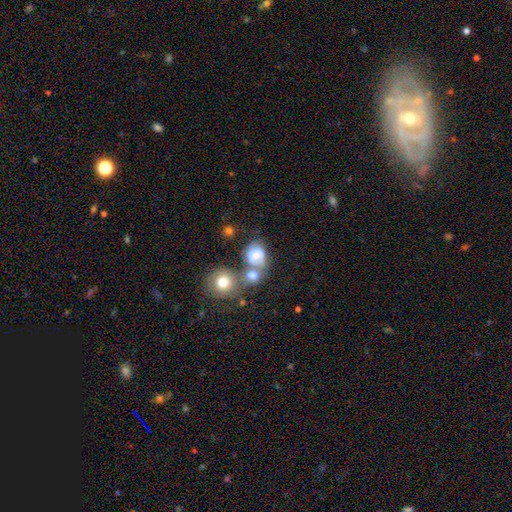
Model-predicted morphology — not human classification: Smooth or featured: smooth — 60% (featured or disk — 27%)
How rounded: round — 54% (in between — 45%)
Merging: none — 38% (merger — 33%)